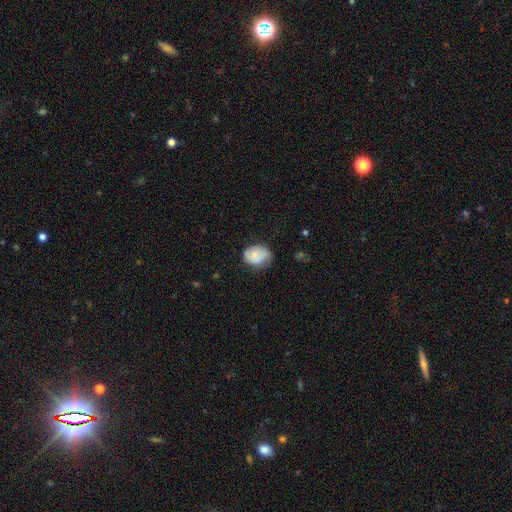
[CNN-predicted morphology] smooth_or_featured: smooth (p=0.73) [alt: featured or disk p=0.19]
how_rounded: in between (p=0.66) [alt: round p=0.33]
merging: none (p=0.57) [alt: minor disturbance p=0.34]